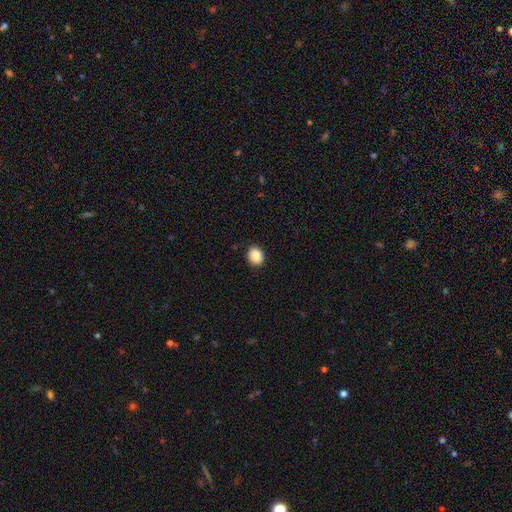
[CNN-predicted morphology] The model was most divided on "how rounded": round: 59%, in between: 40%, cigar-shaped: 1%. More confident: merging — none (89%); smooth or featured — smooth (89%).